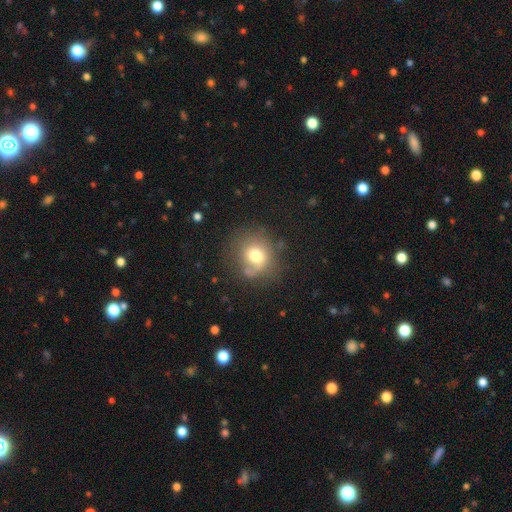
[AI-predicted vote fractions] A smooth galaxy with no disk features (71%) that is round (80%).

Vote fractions:
- Smooth or featured? smooth: 71% / featured or disk: 17% / star or artifact: 12%
- How rounded? round: 80% / in between: 19% / cigar-shaped: 1%
- Merging? none: 62% / minor disturbance: 21% / major disturbance: 10% / merger: 7%